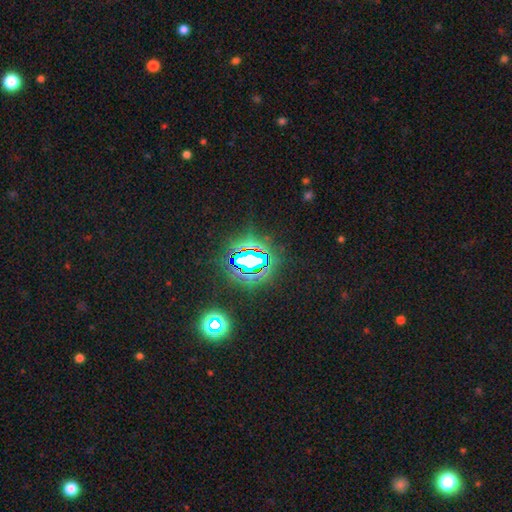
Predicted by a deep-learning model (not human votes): star or artifact 73%, smooth 17%, featured or disk 10%.